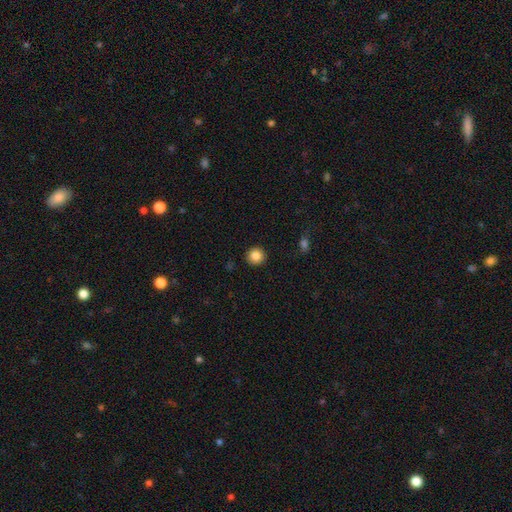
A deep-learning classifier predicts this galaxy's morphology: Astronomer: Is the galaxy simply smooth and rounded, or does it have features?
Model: smooth — 86%.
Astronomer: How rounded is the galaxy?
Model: round — 95%.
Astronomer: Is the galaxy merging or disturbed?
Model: none — 93%.